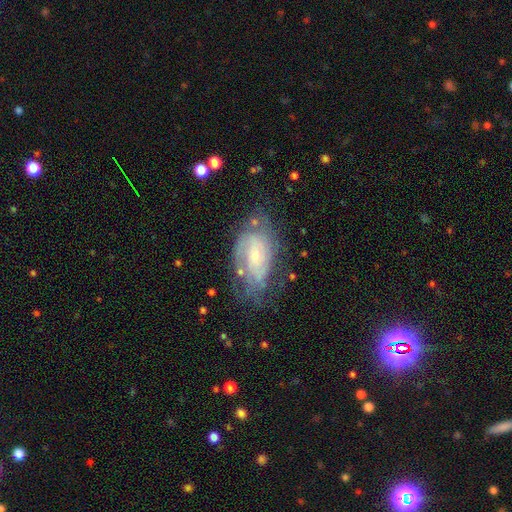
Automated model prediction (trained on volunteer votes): The model was most divided on "spiral winding": tight: 54%, medium: 33%, loose: 13%. Remaining: edge-on disk — no (95%); spiral arms — yes (82%); smooth or featured — featured or disk (71%); bulge size — small (65%); bar — no (62%); merging — none (56%); spiral arm count — can't tell (50%).